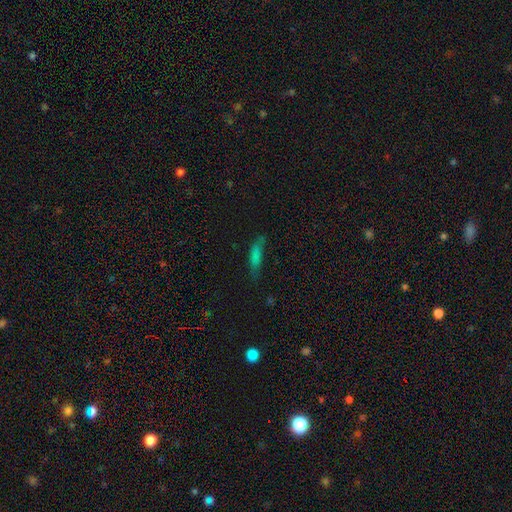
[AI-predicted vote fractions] This is likely a smooth galaxy (74%). How rounded: likely cigar-shaped (71%). Merging: likely none (63%).